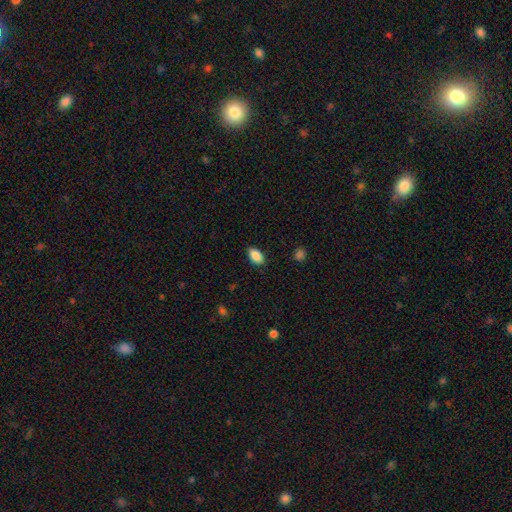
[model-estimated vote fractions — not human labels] Overall: smooth (89%). How rounded: in between (92%). Merging: none (86%).